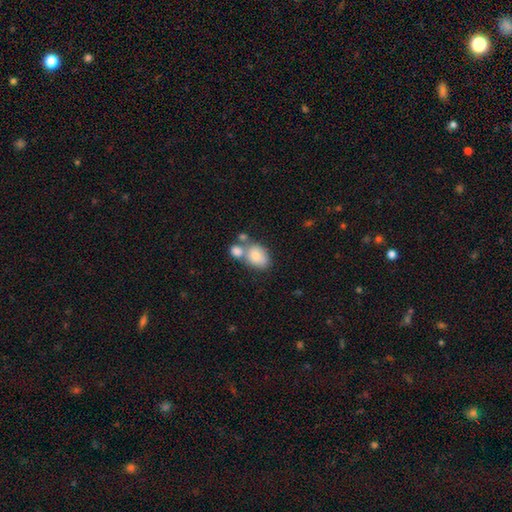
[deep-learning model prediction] A smooth galaxy with no disk features (77%) that is in between round and cigar-shaped (75%). Merging: merger (45%).